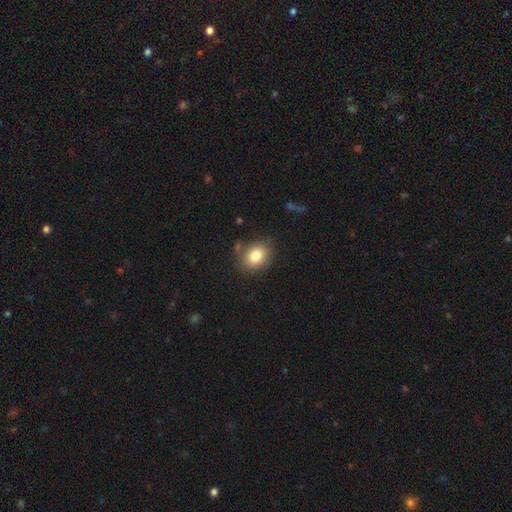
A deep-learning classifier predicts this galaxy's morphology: This is clearly a smooth galaxy (82%). How rounded: possibly in between (59%). Merging: likely none (80%).